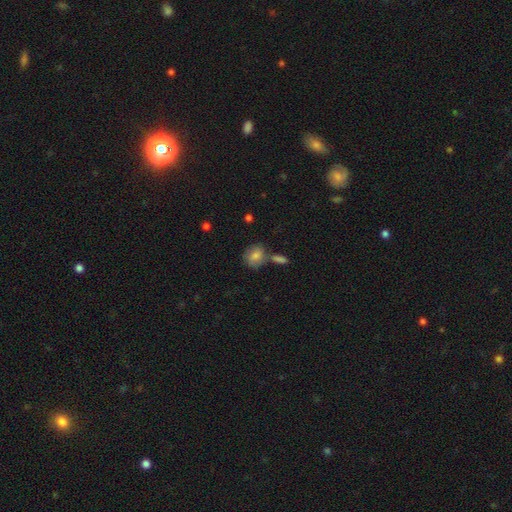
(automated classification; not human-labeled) A smooth galaxy with no disk features (75%) that is round (65%).

Vote fractions:
- Smooth or featured? smooth: 75% / featured or disk: 15% / star or artifact: 10%
- How rounded? round: 65% / in between: 33% / cigar-shaped: 2%
- Merging? none: 62% / merger: 18% / minor disturbance: 16% / major disturbance: 5%